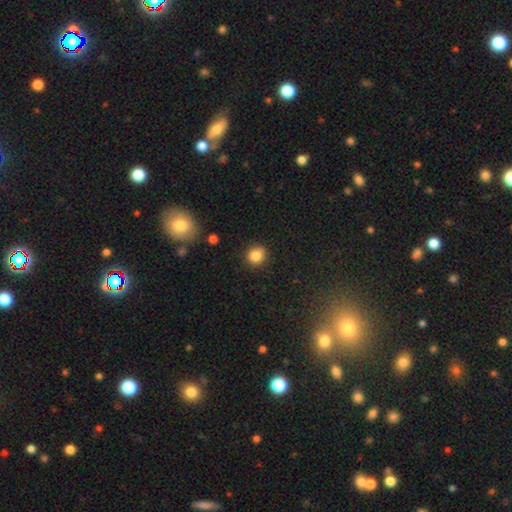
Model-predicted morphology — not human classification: Smooth or featured? Predicted: smooth (p=0.83). How rounded? Predicted: round (p=0.83). Merging? Predicted: none (p=0.80).